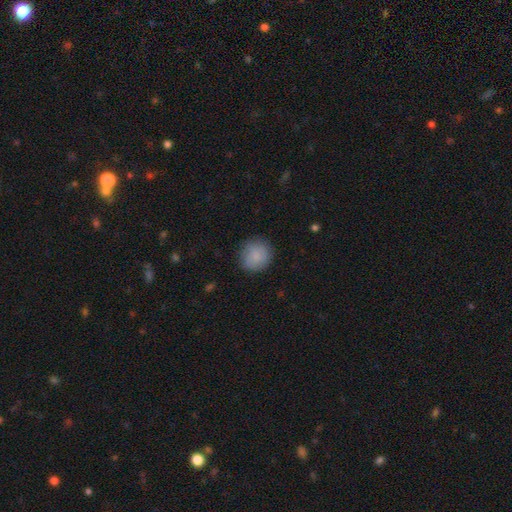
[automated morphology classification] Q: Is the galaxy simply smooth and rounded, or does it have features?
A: smooth — 86%.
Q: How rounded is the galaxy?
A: round — 88%.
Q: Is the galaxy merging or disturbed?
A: none — 82%.